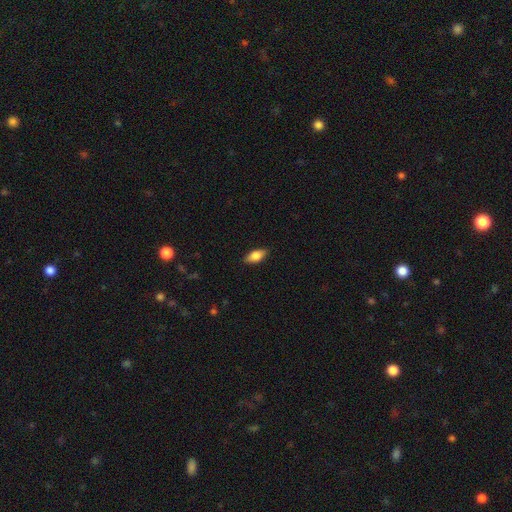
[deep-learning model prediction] Overall: smooth (78%). How rounded: in between (86%). Merging: none (87%).